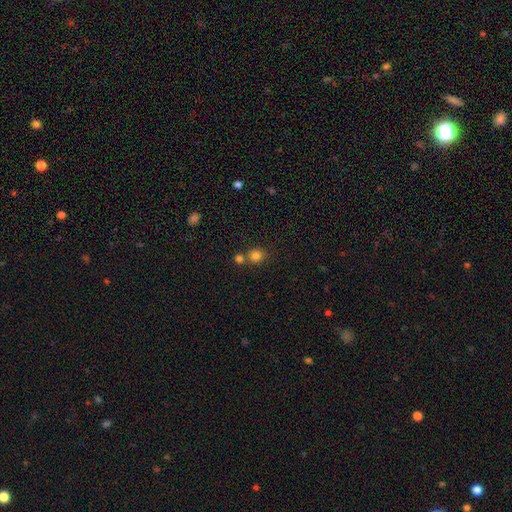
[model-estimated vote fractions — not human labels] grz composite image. It shows a smooth galaxy with no disk features (81%) that is round (82%). Merging: none (61%).